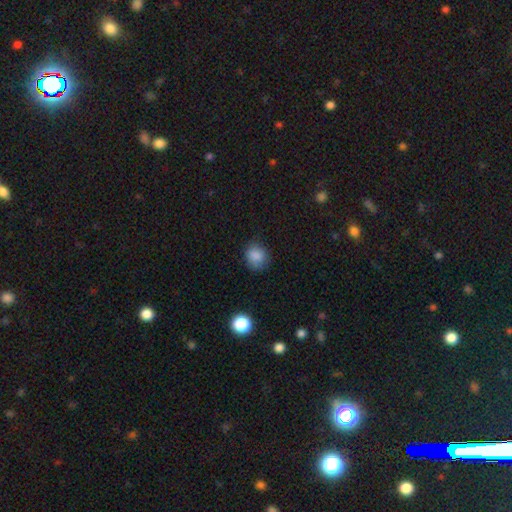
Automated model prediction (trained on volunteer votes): This appears to be a smooth galaxy with no disk features (85%) that is round (74%). Merging: none (74%).